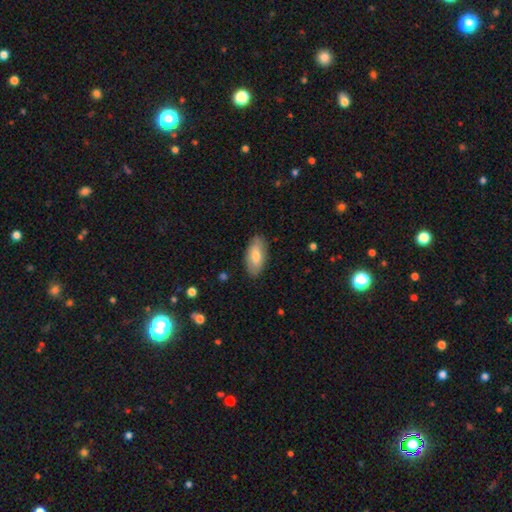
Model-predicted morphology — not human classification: A smooth galaxy with no disk features (72%) that is in between round and cigar-shaped (90%).

Vote fractions:
- Smooth or featured? smooth: 72% / featured or disk: 22% / star or artifact: 6%
- How rounded? in between: 90% / cigar-shaped: 7% / round: 2%
- Merging? none: 85% / minor disturbance: 11% / major disturbance: 2% / merger: 1%